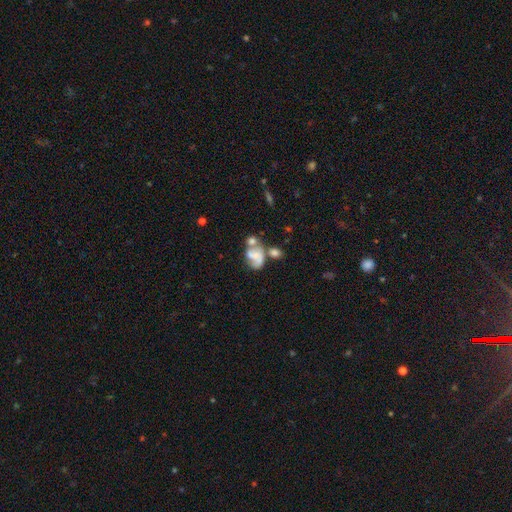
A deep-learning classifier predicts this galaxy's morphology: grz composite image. It shows a smooth galaxy with no disk features (45%). Merging: merger (46%).